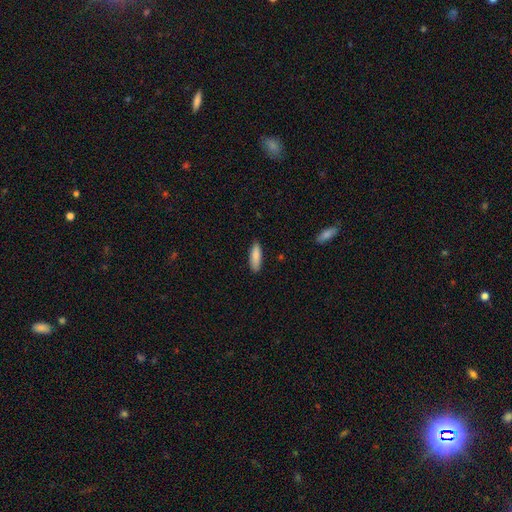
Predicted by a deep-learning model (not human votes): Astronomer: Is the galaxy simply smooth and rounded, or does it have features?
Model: smooth — 86%.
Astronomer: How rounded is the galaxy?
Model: in between — 50% (runner-up: cigar-shaped, 49%).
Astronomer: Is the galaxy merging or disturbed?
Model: none — 87%.